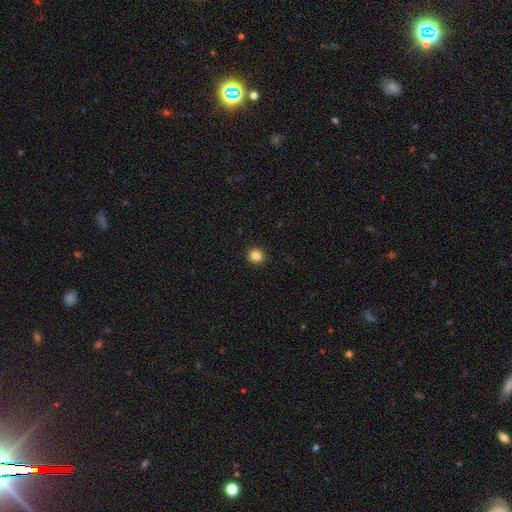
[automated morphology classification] This appears to be a smooth galaxy with no disk features (85%) that is round (84%). Merging: none (93%).